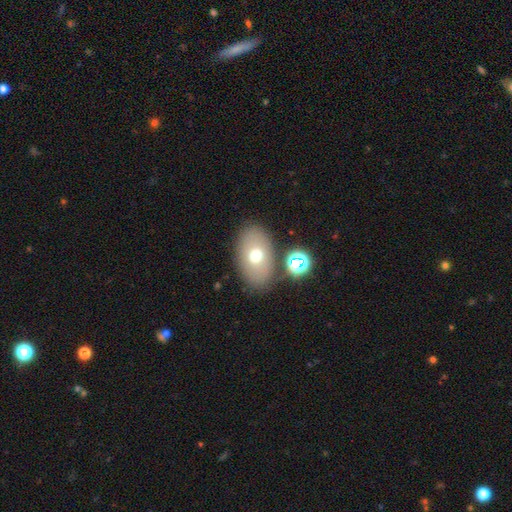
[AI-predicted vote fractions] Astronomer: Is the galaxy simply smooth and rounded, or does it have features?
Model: smooth — 69%.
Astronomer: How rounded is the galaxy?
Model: in between — 89%.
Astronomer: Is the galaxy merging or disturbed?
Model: none — 78%.